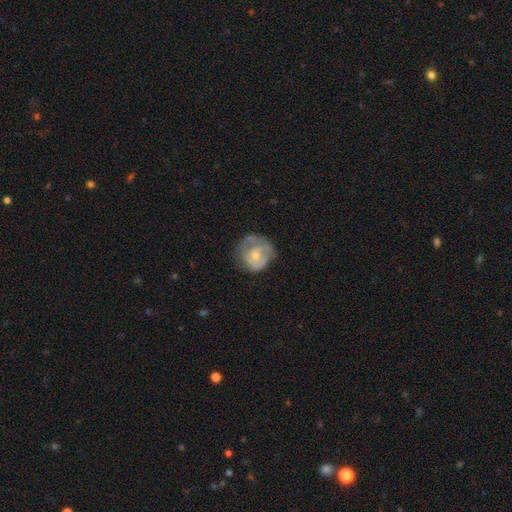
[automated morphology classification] The model was most divided on "bulge size": small: 47%, moderate: 46%, none: 3%, large: 3%, dominant: 1%. More confident: edge-on disk — no (98%); bar — no (80%); spiral arms — yes (56%); smooth or featured — featured or disk (53%); merging — none (53%).